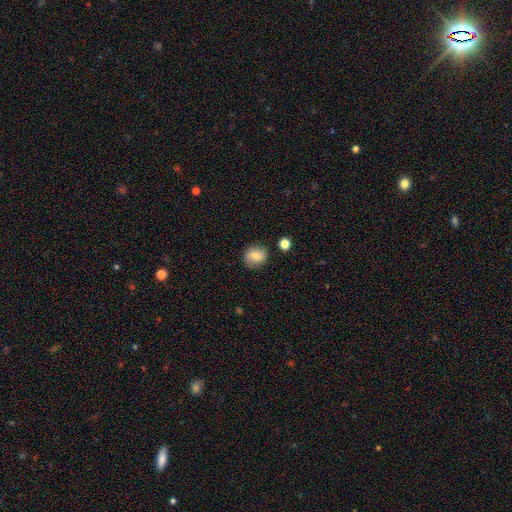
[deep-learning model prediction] smooth_or_featured: smooth (p=0.72) [alt: featured or disk p=0.18]
how_rounded: round (p=0.78) [alt: in between p=0.21]
merging: none (p=0.81) [alt: minor disturbance p=0.12]